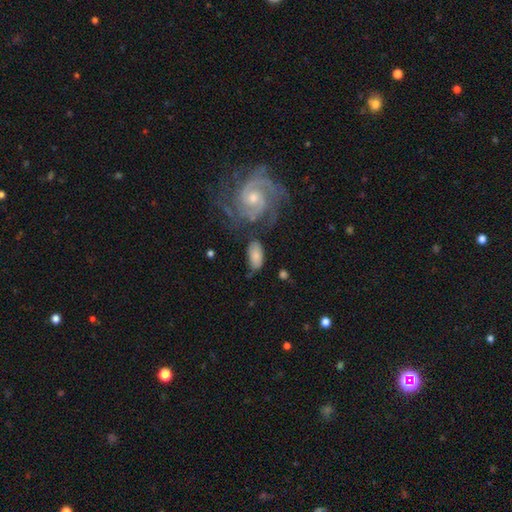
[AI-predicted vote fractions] smooth 65%, featured or disk 27%, star or artifact 8%. Down the decision tree: how rounded — in between (91%); merging — none (58%).